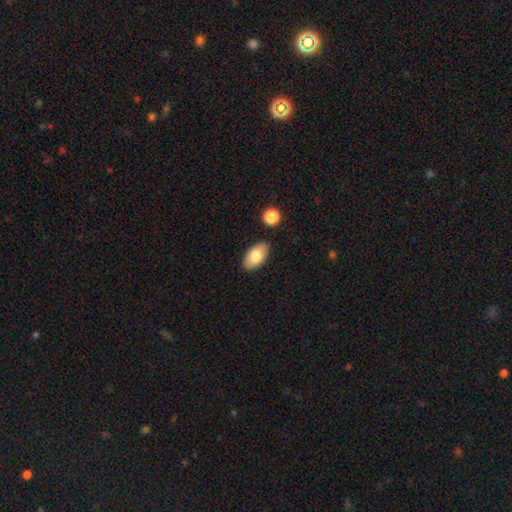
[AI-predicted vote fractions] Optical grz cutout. It shows a smooth galaxy with no disk features (78%) that is in between round and cigar-shaped (94%). Merging: none (86%).